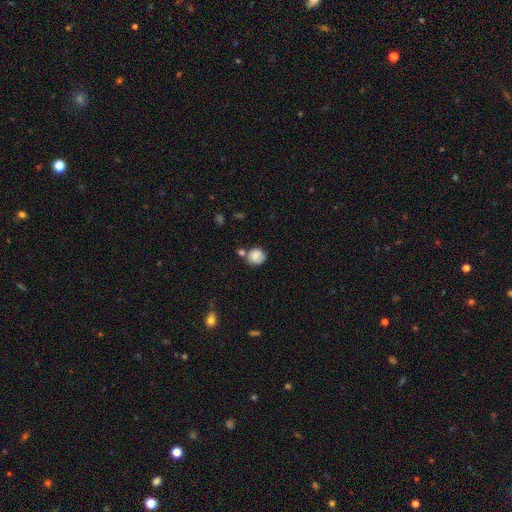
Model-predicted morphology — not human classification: Q: Smooth or featured?
A: smooth (77%); runner-up: featured or disk (14%)
Q: How rounded?
A: round (81%); runner-up: in between (18%)
Q: Merging?
A: none (59%); runner-up: minor disturbance (20%)